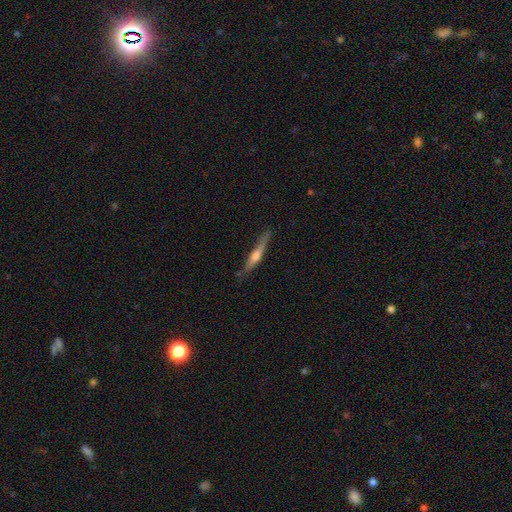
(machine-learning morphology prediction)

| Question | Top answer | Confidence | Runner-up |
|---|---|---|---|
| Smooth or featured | featured or disk | 60% | smooth (34%) |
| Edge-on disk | yes | 96% | no (4%) |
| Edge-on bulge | rounded | 79% | boxy (11%) |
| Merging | none | 77% | minor disturbance (17%) |